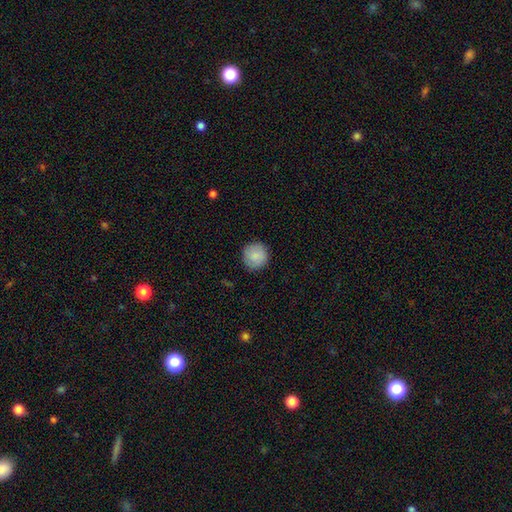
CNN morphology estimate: smooth 85%, featured or disk 9%, star or artifact 7%. Down the decision tree: how rounded — round (93%); merging — none (87%).